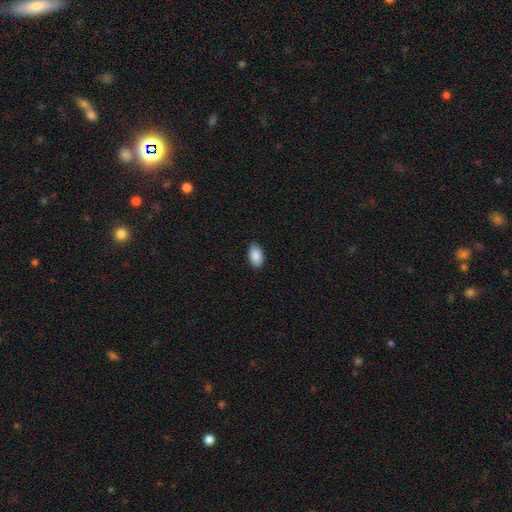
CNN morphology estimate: Q: Smooth or featured?
A: smooth (89%); runner-up: star or artifact (6%)
Q: How rounded?
A: in between (95%); runner-up: round (4%)
Q: Merging?
A: none (89%); runner-up: minor disturbance (9%)